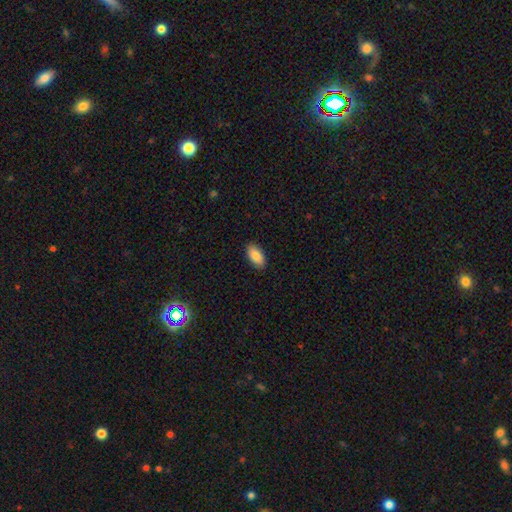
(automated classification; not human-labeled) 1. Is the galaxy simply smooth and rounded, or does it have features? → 86% smooth, 7% featured or disk, 7% star or artifact.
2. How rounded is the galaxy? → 92% in between, 5% cigar-shaped, 2% round.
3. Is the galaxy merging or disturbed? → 89% none, 8% minor disturbance, 2% major disturbance, 1% merger.